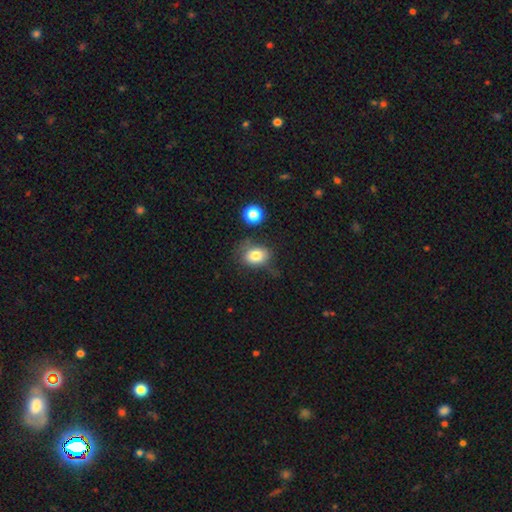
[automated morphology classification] A smooth galaxy with no disk features (81%) that is in between round and cigar-shaped (67%).

Vote fractions:
- Smooth or featured? smooth: 81% / featured or disk: 10% / star or artifact: 10%
- How rounded? in between: 67% / round: 32% / cigar-shaped: 1%
- Merging? none: 58% / minor disturbance: 24% / major disturbance: 11% / merger: 8%